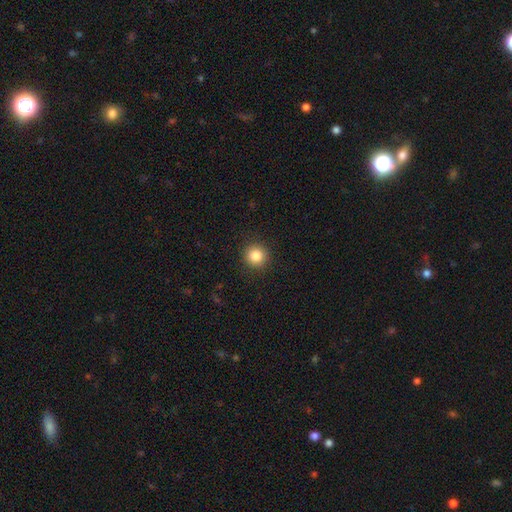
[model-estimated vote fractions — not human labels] A smooth galaxy with no disk features (85%) that is round (94%). Merging: none (92%).